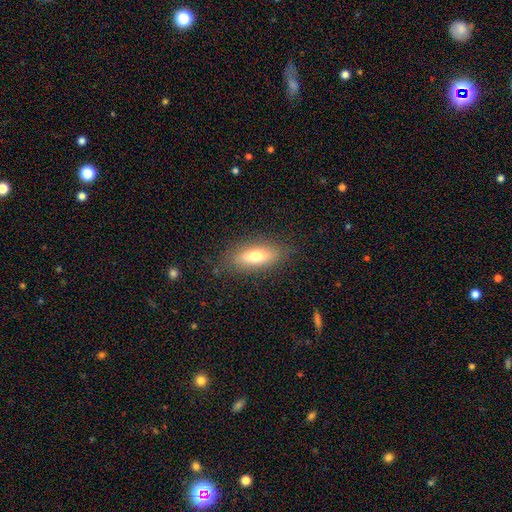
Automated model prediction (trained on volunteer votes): Smooth or featured? Predicted: smooth (p=0.70). How rounded? Predicted: in between (p=0.68). Merging? Predicted: none (p=0.83).